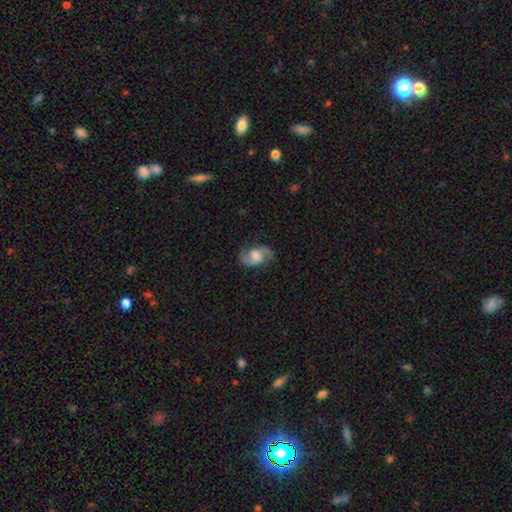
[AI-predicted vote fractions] smooth-or-featured: featured or disk: 74% | smooth: 19% | star or artifact: 7%
  disk-edge-on: no: 97% | yes: 3%
    bar: no: 51% | weak: 41% | strong: 8%
    has-spiral-arms: yes: 94% | no: 6%
      spiral-winding: loose: 45% | medium: 43% | tight: 12%
      spiral-arm-count: 2: 92% | can't tell: 3% | 1: 2% | 3: 1% | 4: 1% | more than 4: 1%
    bulge-size: moderate: 55% | large: 20% | small: 17% | none: 5% | dominant: 2%
  merging: none: 79% | minor disturbance: 15% | major disturbance: 5% | merger: 1%